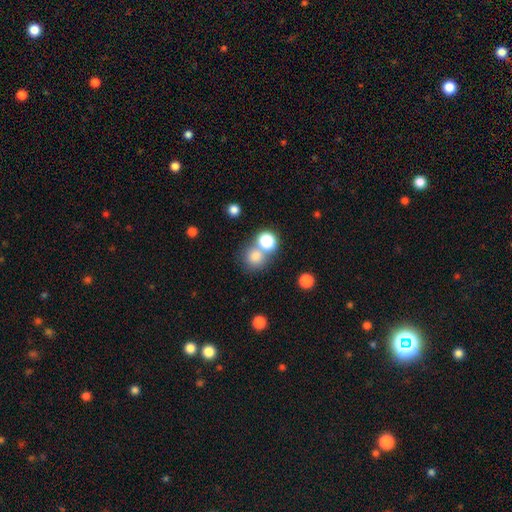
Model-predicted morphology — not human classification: Overall: smooth (76%). How rounded: round (88%). Merging: none (60%; merger 30%).